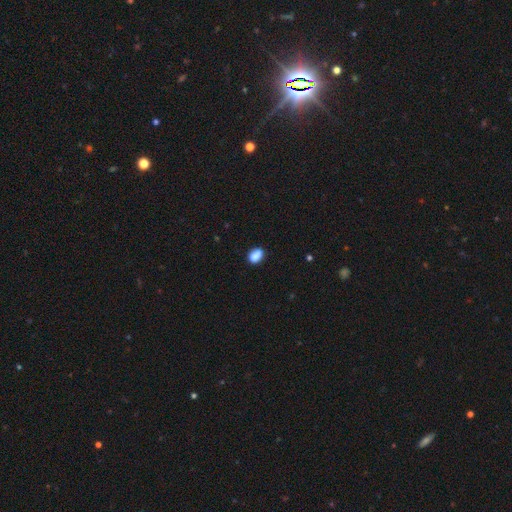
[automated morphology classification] This appears to be a smooth galaxy with no disk features (85%) that is in between round and cigar-shaped (78%). Merging: none (75%).